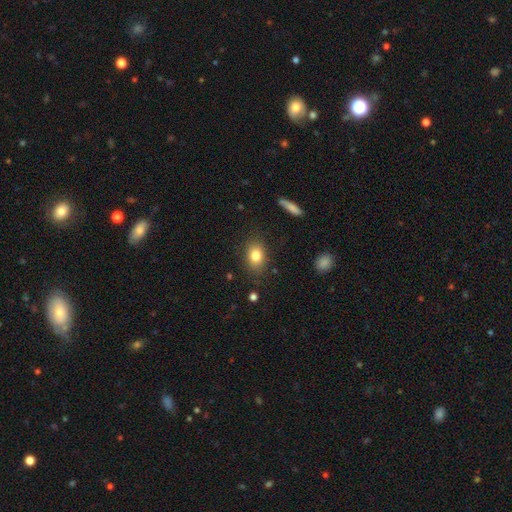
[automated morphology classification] smooth_or_featured: smooth (p=0.81) [alt: featured or disk p=0.10]
how_rounded: in between (p=0.73) [alt: round p=0.25]
merging: none (p=0.83) [alt: minor disturbance p=0.12]